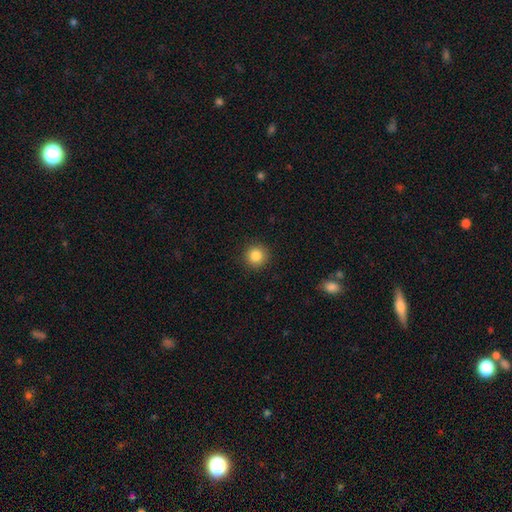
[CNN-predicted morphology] The model was most divided on "smooth or featured": smooth: 86%, star or artifact: 10%, featured or disk: 4%. More confident: how rounded — round (95%); merging — none (92%).